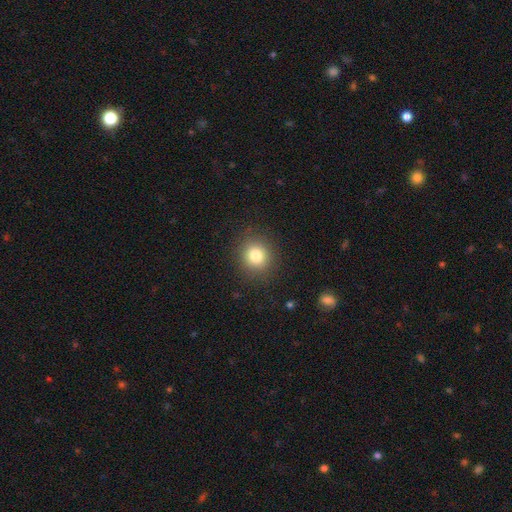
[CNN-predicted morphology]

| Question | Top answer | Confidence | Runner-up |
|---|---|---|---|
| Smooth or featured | smooth | 81% | star or artifact (12%) |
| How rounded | round | 88% | in between (11%) |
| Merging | none | 89% | minor disturbance (7%) |